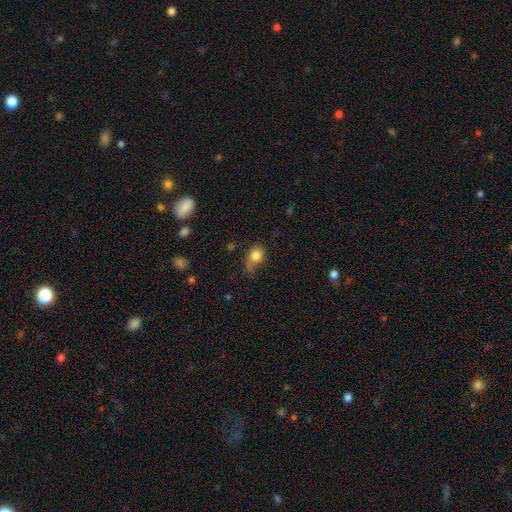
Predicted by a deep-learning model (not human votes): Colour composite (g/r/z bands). It shows a smooth galaxy with no disk features (81%) that is round (63%). Merging: none (48%).